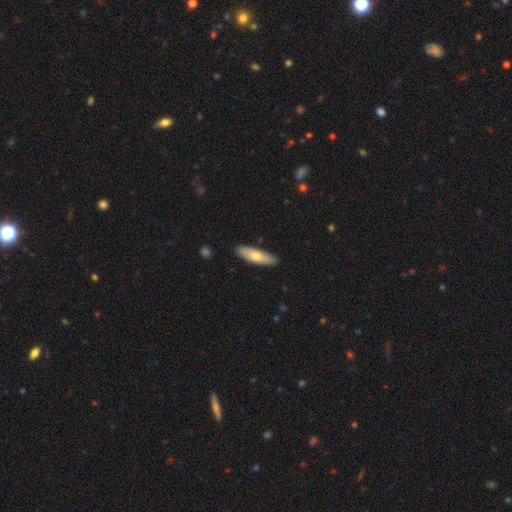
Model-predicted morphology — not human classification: The model was most divided on "how rounded": cigar-shaped: 53%, in between: 45%, round: 2%. More confident: merging — none (88%); smooth or featured — smooth (63%).